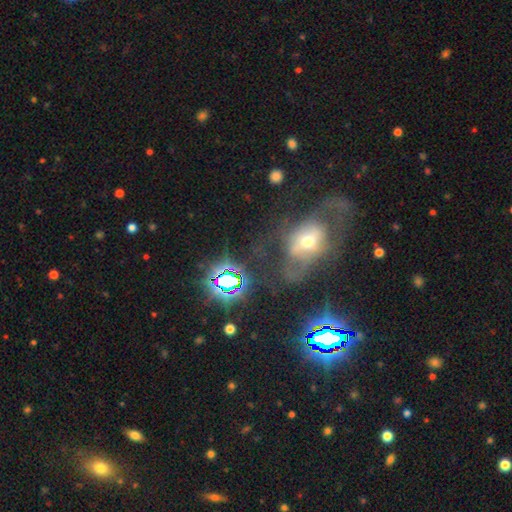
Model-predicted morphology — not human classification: Q: Smooth or featured?
A: featured or disk (52%); runner-up: star or artifact (29%)
Q: Edge-on disk?
A: no (90%); runner-up: yes (10%)
Q: Merging?
A: none (54%); runner-up: major disturbance (22%)